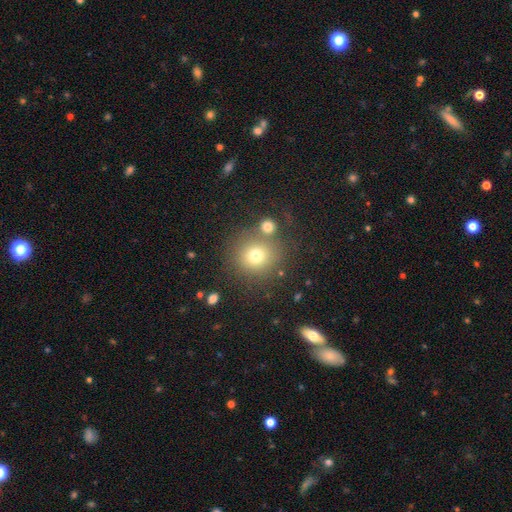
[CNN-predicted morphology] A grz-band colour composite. It shows a smooth galaxy with no disk features (74%) that is round (91%). Merging: none (72%).